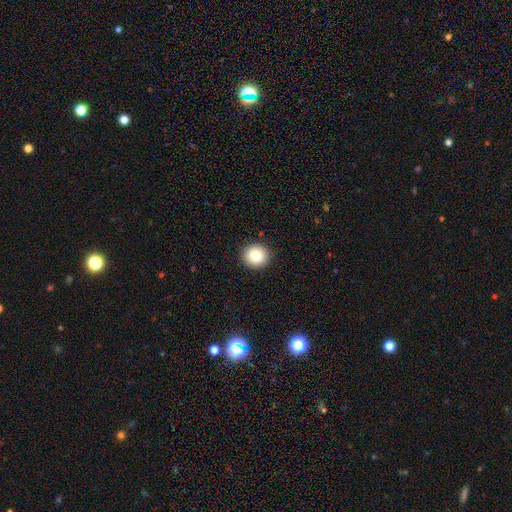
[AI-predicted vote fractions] Q: Smooth or featured?
A: smooth (82%); runner-up: star or artifact (9%)
Q: How rounded?
A: round (90%); runner-up: in between (9%)
Q: Merging?
A: none (92%); runner-up: minor disturbance (6%)